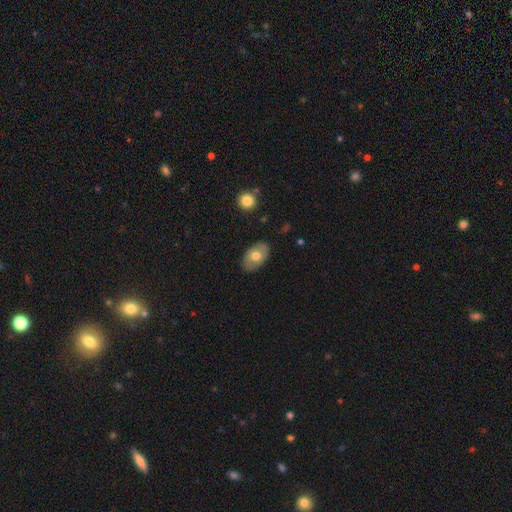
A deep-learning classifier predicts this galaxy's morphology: Overall: smooth (63%; featured or disk 30%). How rounded: in between (91%). Merging: none (84%).